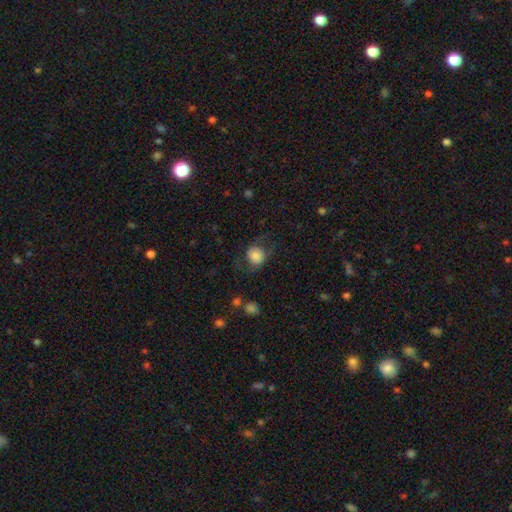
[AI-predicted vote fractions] The model was most divided on "merging": none: 60%, minor disturbance: 20%, major disturbance: 18%, merger: 2%. More confident: how rounded — round (77%); smooth or featured — smooth (75%).